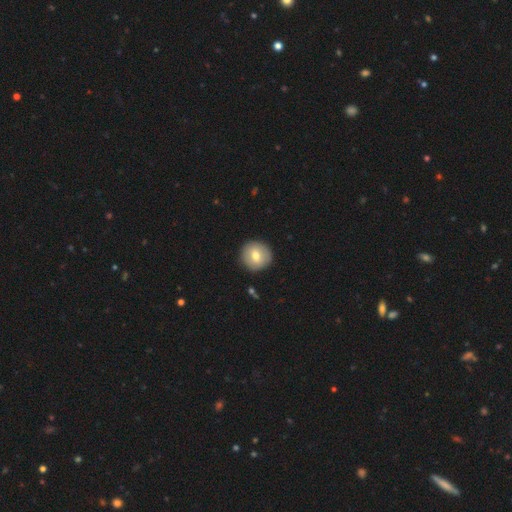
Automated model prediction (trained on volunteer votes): A smooth galaxy with no disk features (69%) that is round (94%).

Vote fractions:
- Smooth or featured? smooth: 69% / featured or disk: 23% / star or artifact: 7%
- How rounded? round: 94% / in between: 5% / cigar-shaped: 1%
- Merging? none: 90% / minor disturbance: 7% / major disturbance: 2% / merger: 1%